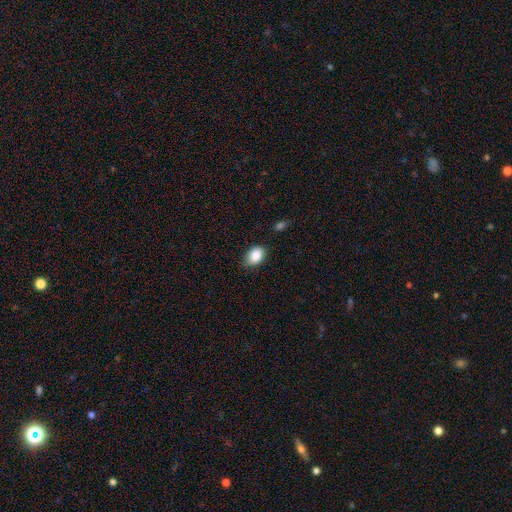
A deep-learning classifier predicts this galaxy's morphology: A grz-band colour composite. It shows a smooth galaxy with no disk features (86%) that is in between round and cigar-shaped (79%). Merging: none (79%).